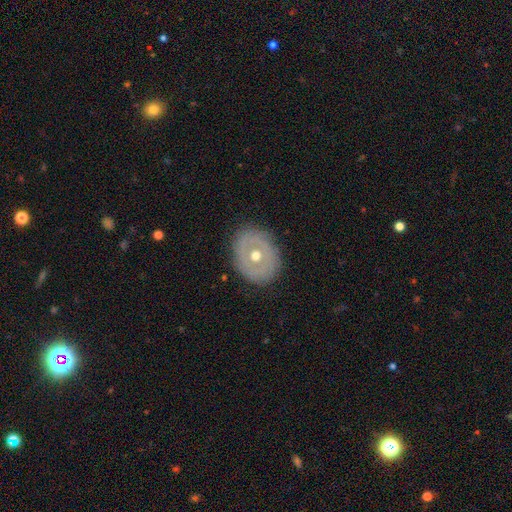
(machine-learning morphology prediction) A featured or disk galaxy (70%) with no bar (83%), no spiral arms (55%) and a moderate central bulge (73%).

Vote fractions:
- Smooth or featured? featured or disk: 70% / smooth: 23% / star or artifact: 7%
- Edge-on disk? no: 95% / yes: 5%
- Bar? no: 83% / weak: 13% / strong: 5%
- Spiral arms? no: 55% / yes: 45%
- Bulge size? moderate: 73% / small: 23% / large: 2% / dominant: 1% / none: 1%
- Merging? none: 82% / minor disturbance: 13% / major disturbance: 4% / merger: 1%